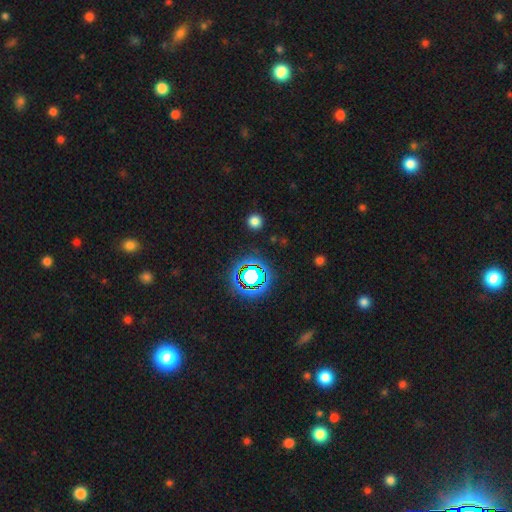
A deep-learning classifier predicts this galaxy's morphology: smooth_or_featured: star or artifact (p=0.74) [alt: smooth p=0.17]